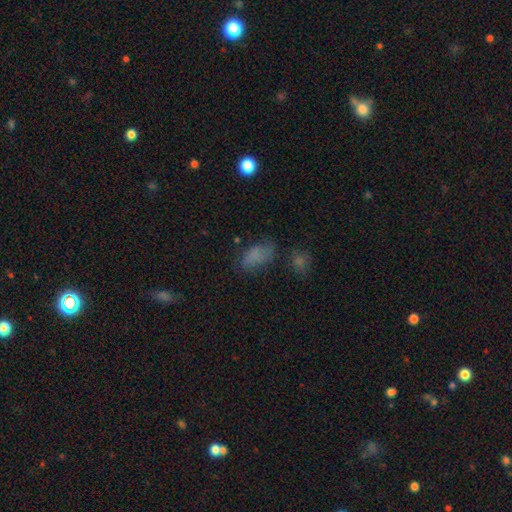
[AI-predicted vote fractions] This appears to be a smooth galaxy with no disk features (71%) that is in between round and cigar-shaped (88%). Merging: none (55%).